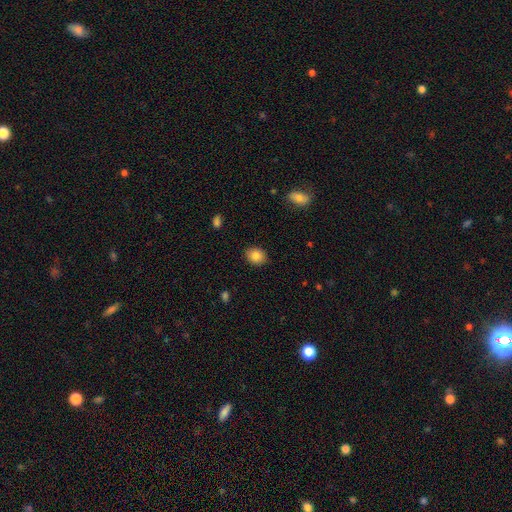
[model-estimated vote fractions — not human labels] Smooth or featured?
  - smooth: 84% *
  - star or artifact: 9%
  - featured or disk: 7%
How rounded?
  - round: 53% *
  - in between: 46%
  - cigar-shaped: 1%
Merging?
  - none: 89% *
  - minor disturbance: 8%
  - major disturbance: 2%
  - merger: 1%